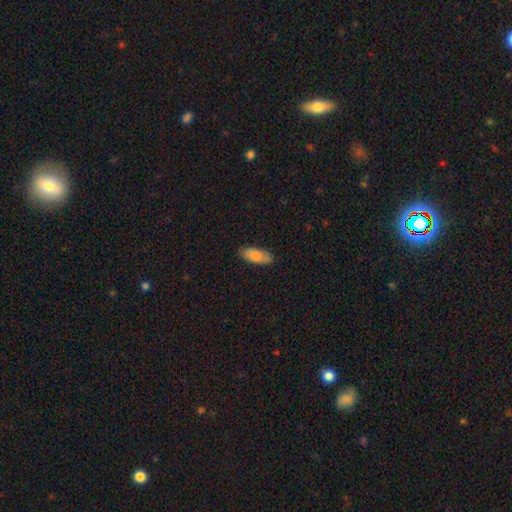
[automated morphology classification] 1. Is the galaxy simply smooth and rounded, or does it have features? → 83% smooth, 12% featured or disk, 6% star or artifact.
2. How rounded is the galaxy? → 79% in between, 19% cigar-shaped, 2% round.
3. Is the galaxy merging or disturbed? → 85% none, 11% minor disturbance, 2% major disturbance, 1% merger.